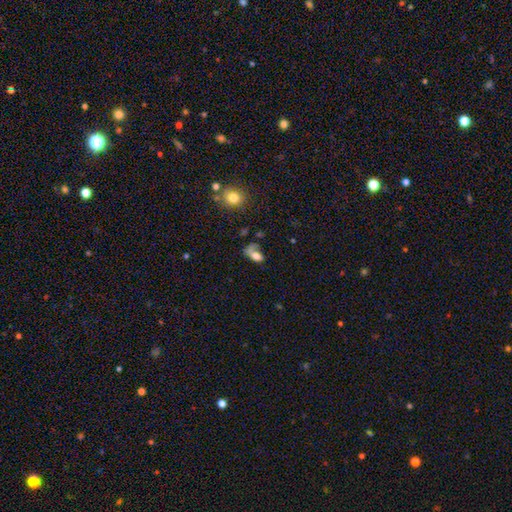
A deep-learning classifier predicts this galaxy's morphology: A smooth galaxy with no disk features (62%) that is in between round and cigar-shaped (82%). Merging: major disturbance (41%).